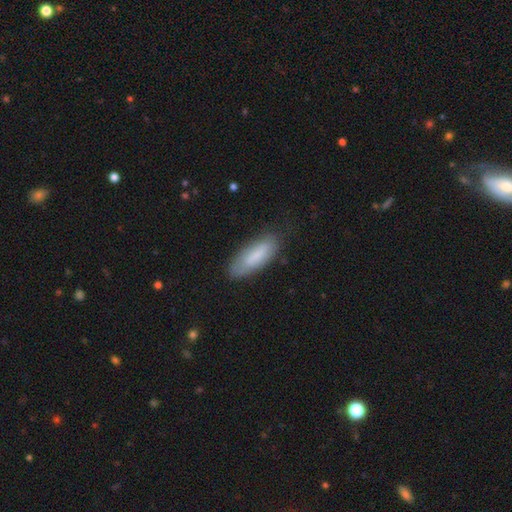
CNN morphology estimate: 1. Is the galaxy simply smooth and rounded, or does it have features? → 75% smooth, 18% featured or disk, 7% star or artifact.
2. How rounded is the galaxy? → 63% in between, 35% cigar-shaped, 2% round.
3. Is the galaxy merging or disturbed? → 75% none, 19% minor disturbance, 5% major disturbance, 2% merger.